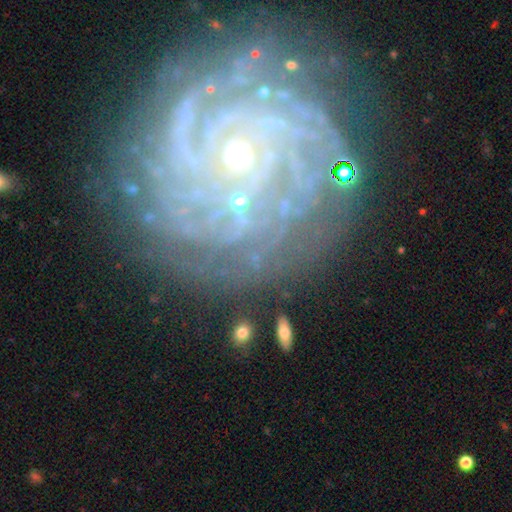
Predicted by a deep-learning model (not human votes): A featured or disk galaxy (80%) with no bar (74%), more than 4 (29%) tight (81%) spiral arms (92%) and a small central bulge (63%).

Vote fractions:
- Smooth or featured? featured or disk: 80% / star or artifact: 11% / smooth: 10%
- Edge-on disk? no: 96% / yes: 4%
- Bar? no: 74% / weak: 16% / strong: 10%
- Spiral arms? yes: 92% / no: 8%
- Spiral winding? tight: 81% / medium: 15% / loose: 4%
- Spiral arm count? more than 4: 29% / can't tell: 27% / 4: 15% / 3: 11% / 2: 10% / 1: 8%
- Bulge size? small: 63% / moderate: 28% / large: 4% / none: 3% / dominant: 2%
- Merging? none: 75% / minor disturbance: 14% / major disturbance: 7% / merger: 3%